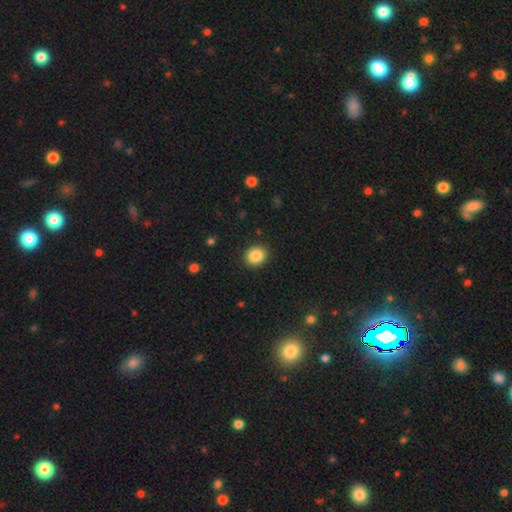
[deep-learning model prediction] smooth-or-featured: smooth: 87% | star or artifact: 9% | featured or disk: 4%
  how-rounded: round: 74% | in between: 25% | cigar-shaped: 1%
  merging: none: 91% | minor disturbance: 6% | major disturbance: 2% | merger: 1%